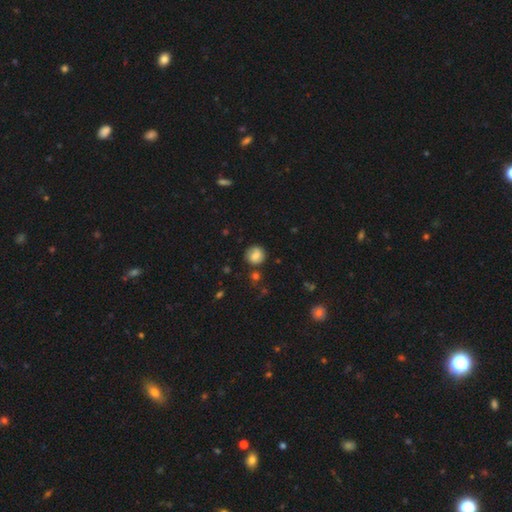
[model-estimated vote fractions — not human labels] The model was most divided on "smooth or featured": smooth: 71%, featured or disk: 20%, star or artifact: 9%. More confident: how rounded — round (85%); merging — none (76%).